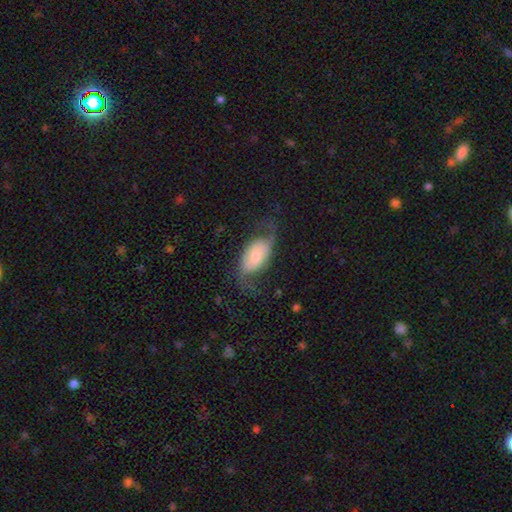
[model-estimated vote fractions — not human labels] Overall: featured or disk (58%; smooth 35%). Edge-on disk: no (92%). Bar: no (61%; weak 28%). Spiral arms: yes (84%). Bulge size: small (41%; moderate 32%). Merging: none (50%; major disturbance 25%).